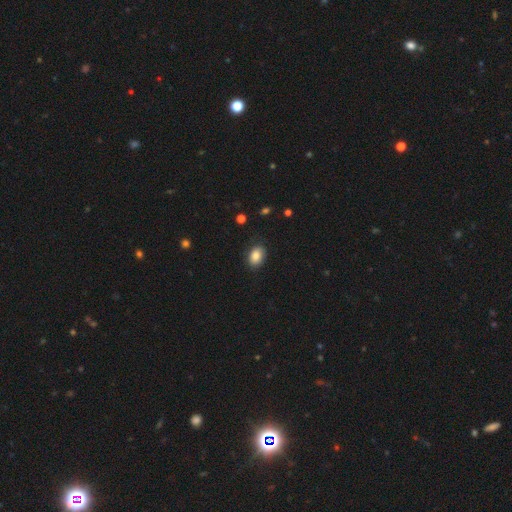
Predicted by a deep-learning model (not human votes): The model was most divided on "how rounded": in between: 81%, round: 18%, cigar-shaped: 1%. More confident: smooth or featured — smooth (86%); merging — none (85%).